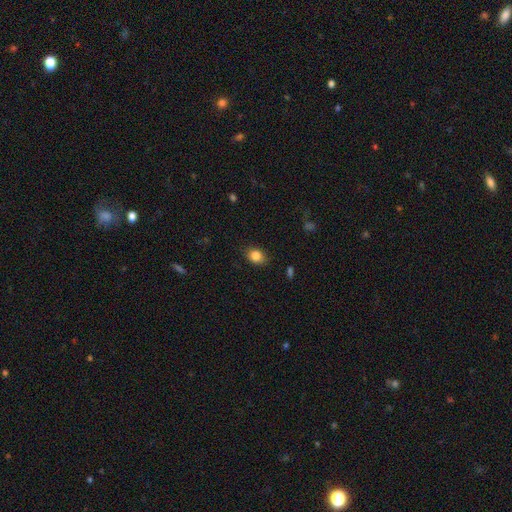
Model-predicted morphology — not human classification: smooth-or-featured: smooth: 84% | star or artifact: 9% | featured or disk: 6%
  how-rounded: in between: 61% | round: 38% | cigar-shaped: 1%
  merging: none: 84% | minor disturbance: 12% | major disturbance: 3% | merger: 1%